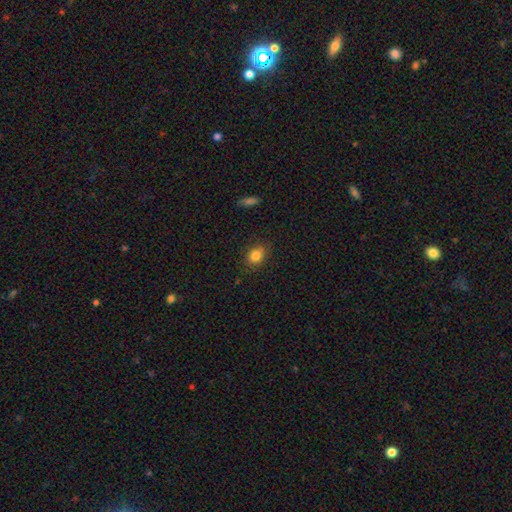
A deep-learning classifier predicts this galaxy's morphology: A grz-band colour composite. It shows a smooth galaxy with no disk features (83%) that is in between round and cigar-shaped (57%). Merging: none (84%).